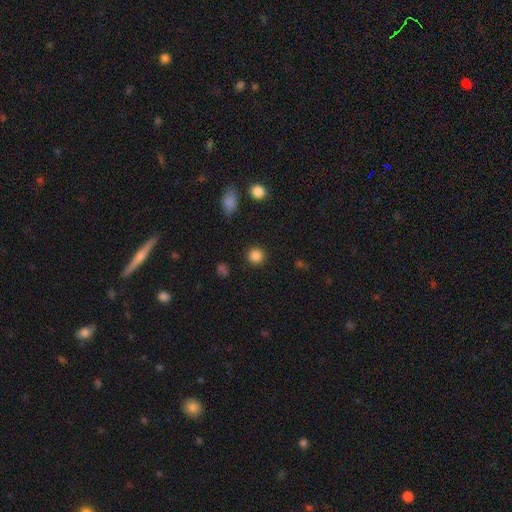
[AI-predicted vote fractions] smooth-or-featured: smooth: 85% | star or artifact: 11% | featured or disk: 4%
  how-rounded: round: 93% | in between: 6% | cigar-shaped: 1%
  merging: none: 91% | minor disturbance: 5% | major disturbance: 2% | merger: 1%